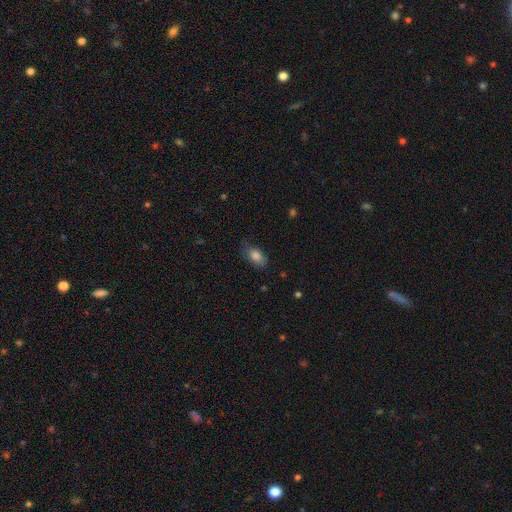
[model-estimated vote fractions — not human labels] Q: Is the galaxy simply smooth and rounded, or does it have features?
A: smooth — 82%.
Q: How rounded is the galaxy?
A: in between — 90%.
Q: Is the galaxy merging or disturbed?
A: none — 68%.